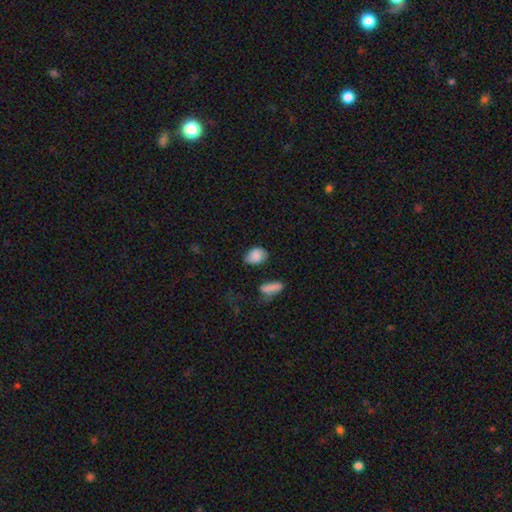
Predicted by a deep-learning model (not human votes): Q: Smooth or featured?
A: smooth (82%); runner-up: featured or disk (10%)
Q: How rounded?
A: in between (72%); runner-up: round (26%)
Q: Merging?
A: none (66%); runner-up: minor disturbance (23%)